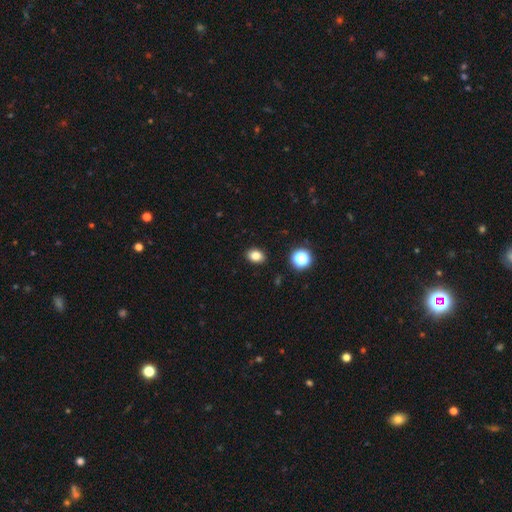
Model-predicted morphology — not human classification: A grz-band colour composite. It shows a smooth galaxy with no disk features (82%) that is in between round and cigar-shaped (69%). Merging: none (90%).